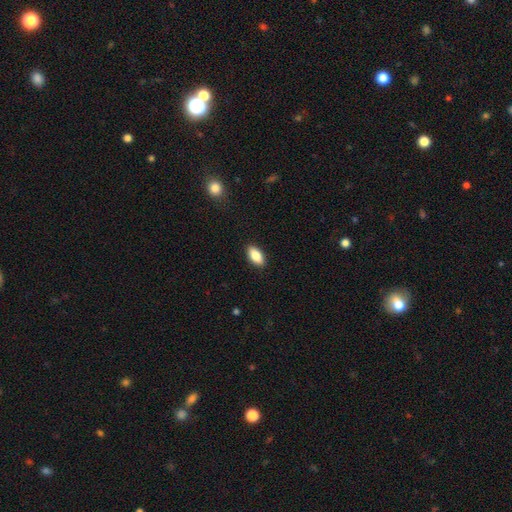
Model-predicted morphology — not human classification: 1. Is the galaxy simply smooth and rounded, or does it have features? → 84% smooth, 9% featured or disk, 7% star or artifact.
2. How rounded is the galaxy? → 89% in between, 8% cigar-shaped, 3% round.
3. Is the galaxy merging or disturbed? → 90% none, 8% minor disturbance, 2% major disturbance, 1% merger.